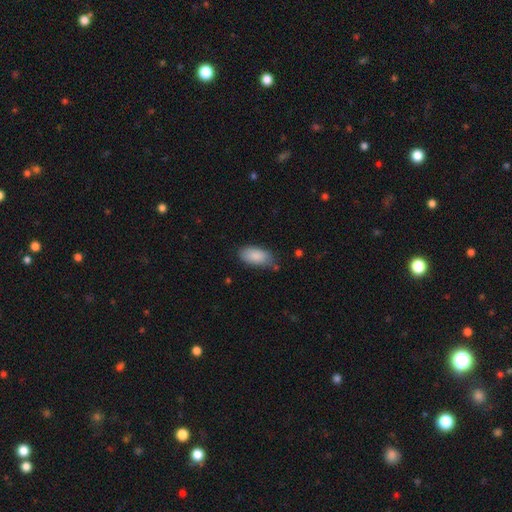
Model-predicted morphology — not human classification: Q: Smooth or featured?
A: smooth (88%); runner-up: star or artifact (6%)
Q: How rounded?
A: in between (92%); runner-up: cigar-shaped (6%)
Q: Merging?
A: none (68%); runner-up: minor disturbance (24%)